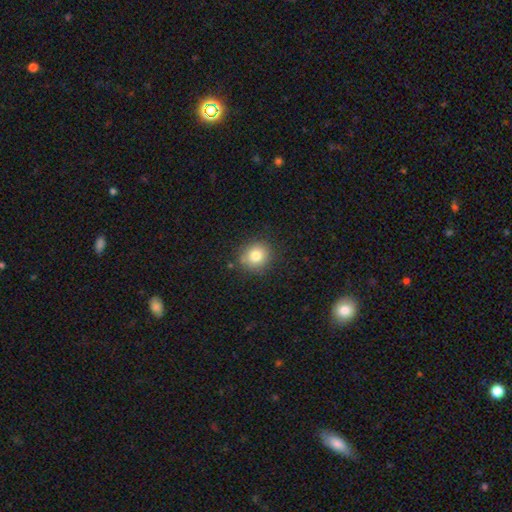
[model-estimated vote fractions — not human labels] The model was most divided on "smooth or featured": smooth: 81%, star or artifact: 11%, featured or disk: 8%. More confident: how rounded — round (86%); merging — none (83%).